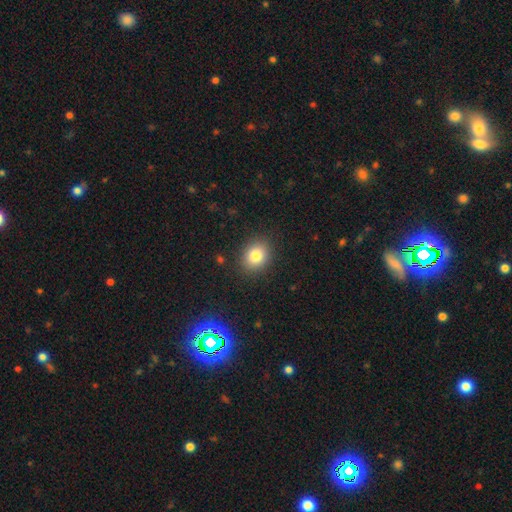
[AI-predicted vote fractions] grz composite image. It shows a smooth galaxy with no disk features (81%) that is round (55%). Merging: none (88%).